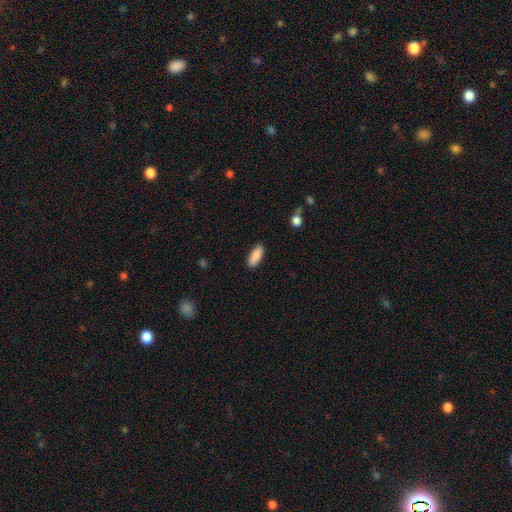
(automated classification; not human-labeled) smooth-or-featured: smooth: 87% | featured or disk: 6% | star or artifact: 6%
  how-rounded: in between: 77% | cigar-shaped: 21% | round: 2%
  merging: none: 88% | minor disturbance: 9% | major disturbance: 2% | merger: 1%